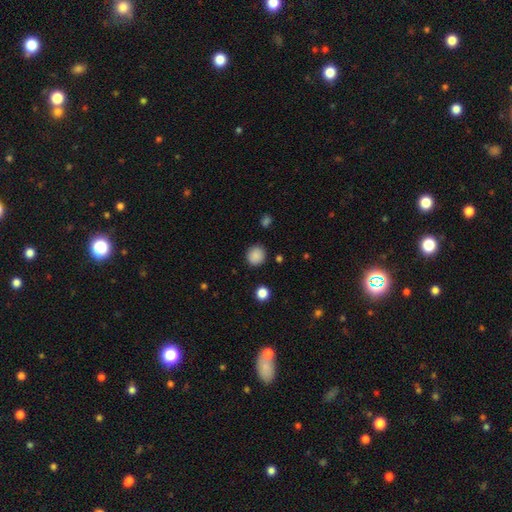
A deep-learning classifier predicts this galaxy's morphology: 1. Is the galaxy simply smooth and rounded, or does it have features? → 87% smooth, 10% star or artifact, 4% featured or disk.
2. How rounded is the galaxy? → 91% round, 8% in between, 1% cigar-shaped.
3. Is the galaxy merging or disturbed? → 88% none, 8% minor disturbance, 3% major disturbance, 2% merger.